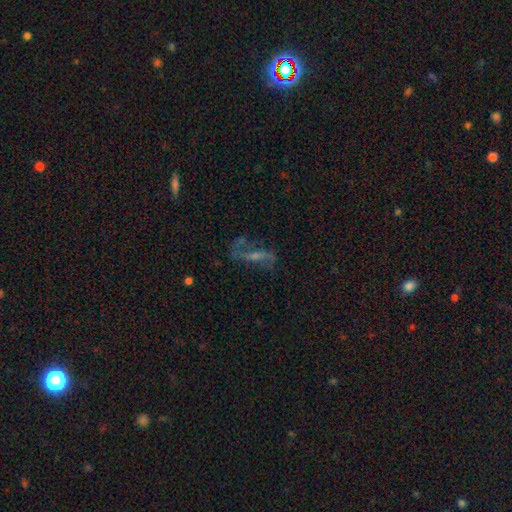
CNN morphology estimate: Q: Smooth or featured?
A: featured or disk (71%); runner-up: smooth (16%)
Q: Edge-on disk?
A: no (89%); runner-up: yes (11%)
Q: Bar?
A: weak (41%); runner-up: strong (31%)
Q: Spiral arms?
A: yes (83%); runner-up: no (17%)
Q: Spiral winding?
A: loose (71%); runner-up: medium (22%)
Q: Spiral arm count?
A: 2 (84%); runner-up: can't tell (7%)
Q: Bulge size?
A: small (52%); runner-up: moderate (26%)
Q: Merging?
A: none (57%); runner-up: major disturbance (21%)